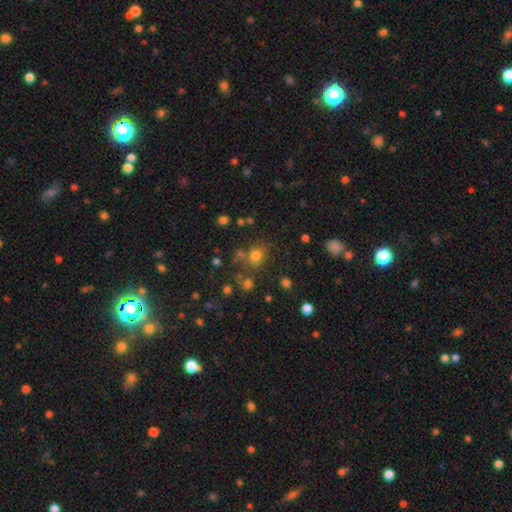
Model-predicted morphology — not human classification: A smooth galaxy with no disk features (71%) that is round (73%).

Vote fractions:
- Smooth or featured? smooth: 71% / star or artifact: 21% / featured or disk: 8%
- How rounded? round: 73% / in between: 26% / cigar-shaped: 1%
- Merging? none: 68% / minor disturbance: 13% / merger: 12% / major disturbance: 6%